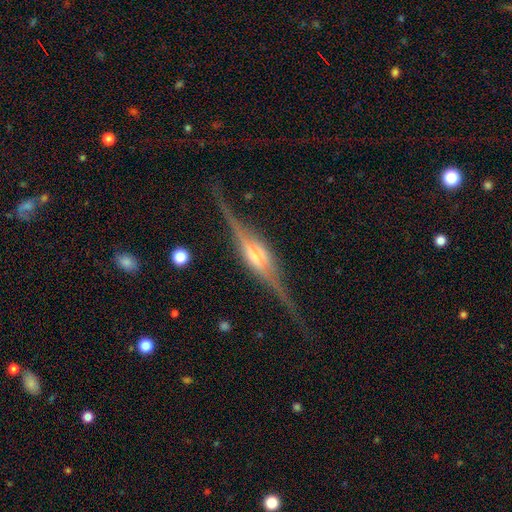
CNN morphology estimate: Smooth or featured: featured or disk — 89% (smooth — 6%)
Edge-on disk: yes — 98% (no — 2%)
Edge-on bulge: rounded — 79% (boxy — 17%)
Merging: none — 84% (minor disturbance — 12%)